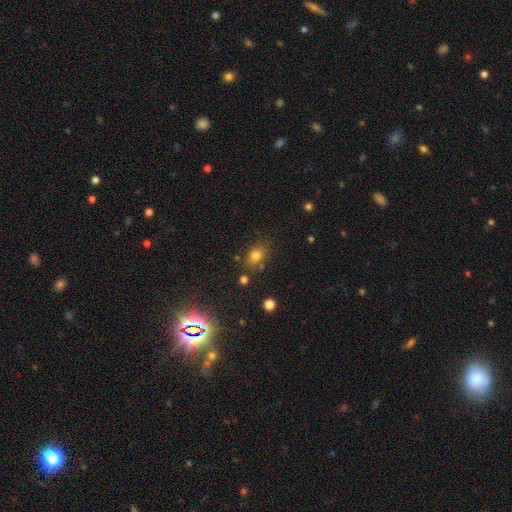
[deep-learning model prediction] smooth-or-featured: smooth: 76% | star or artifact: 16% | featured or disk: 9%
  how-rounded: in between: 60% | round: 38% | cigar-shaped: 2%
  merging: none: 73% | minor disturbance: 16% | merger: 6% | major disturbance: 5%